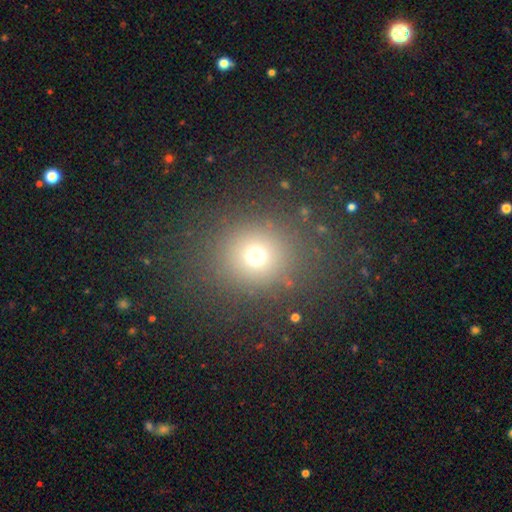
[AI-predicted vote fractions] Morphology: type=smooth (70%); roundness=round (86%); merging=none (85%).